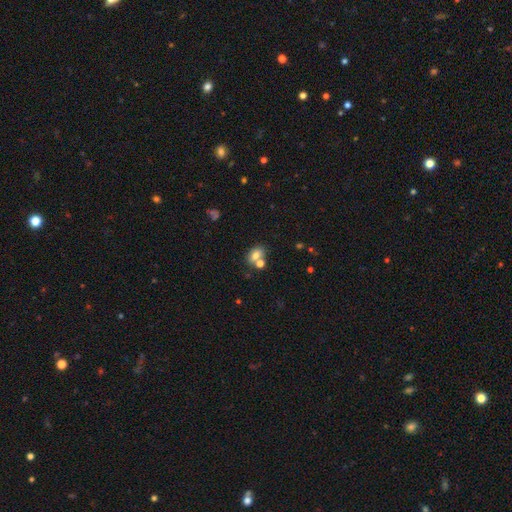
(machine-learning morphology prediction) smooth-or-featured: smooth: 72% | featured or disk: 15% | star or artifact: 13%
  how-rounded: in between: 71% | round: 28% | cigar-shaped: 2%
  merging: none: 53% | merger: 32% | minor disturbance: 12% | major disturbance: 4%